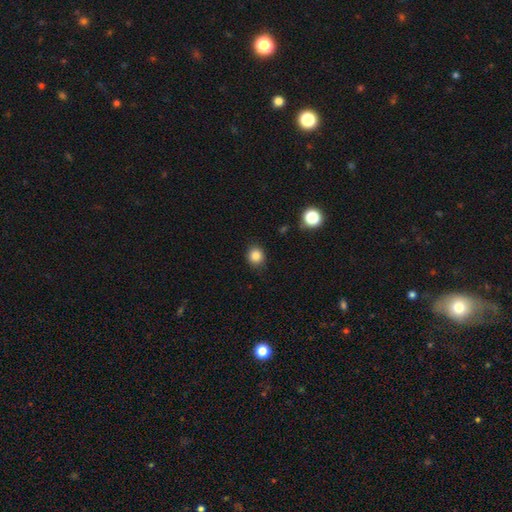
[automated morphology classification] This is clearly a smooth galaxy (85%). How rounded: clearly round (83%). Merging: clearly none (87%).